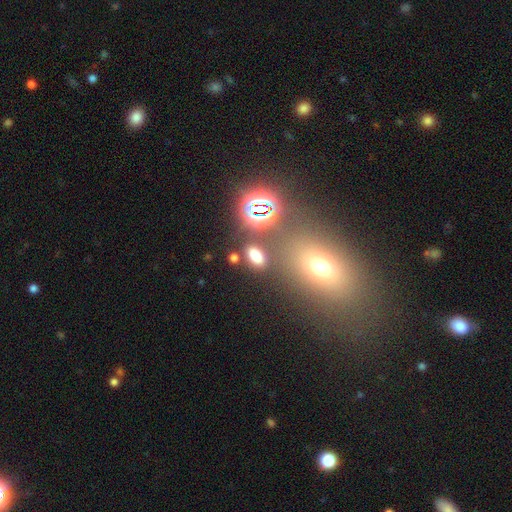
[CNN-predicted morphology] Smooth or featured?
  - smooth: 69% *
  - star or artifact: 23%
  - featured or disk: 8%
How rounded?
  - in between: 83% *
  - round: 13%
  - cigar-shaped: 4%
Merging?
  - none: 74% *
  - minor disturbance: 11%
  - merger: 10%
  - major disturbance: 5%